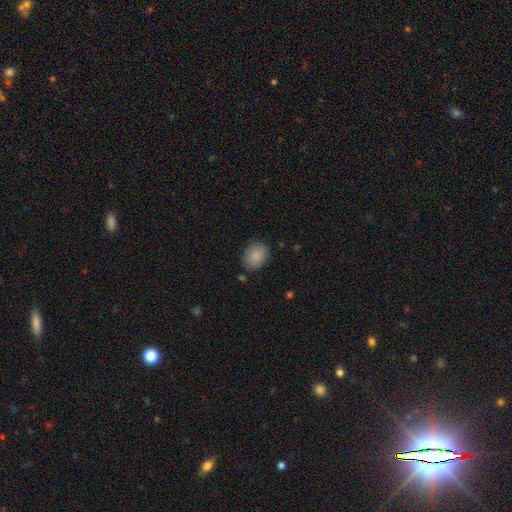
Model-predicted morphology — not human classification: Smooth or featured: smooth — 87% (star or artifact — 7%)
How rounded: in between — 60% (round — 39%)
Merging: none — 82% (minor disturbance — 13%)